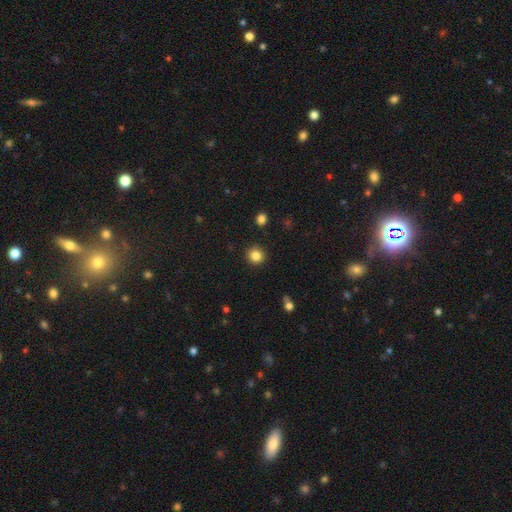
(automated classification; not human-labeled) Smooth or featured: smooth — 84% (star or artifact — 11%)
How rounded: round — 92% (in between — 7%)
Merging: none — 90% (minor disturbance — 7%)